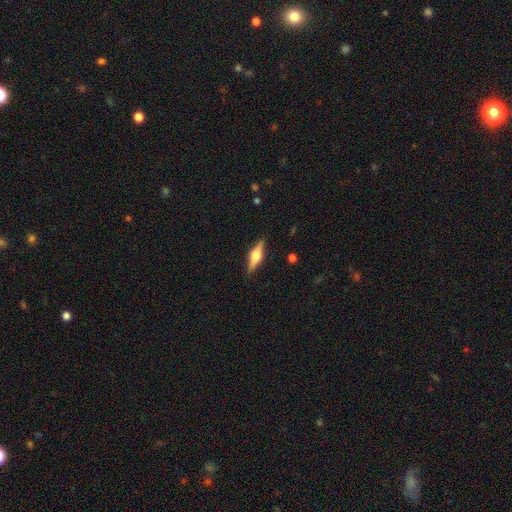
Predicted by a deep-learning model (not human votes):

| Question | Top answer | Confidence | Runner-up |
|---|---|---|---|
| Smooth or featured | featured or disk | 65% | smooth (28%) |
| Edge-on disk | yes | 96% | no (4%) |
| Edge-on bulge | rounded | 91% | boxy (7%) |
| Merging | none | 88% | minor disturbance (9%) |